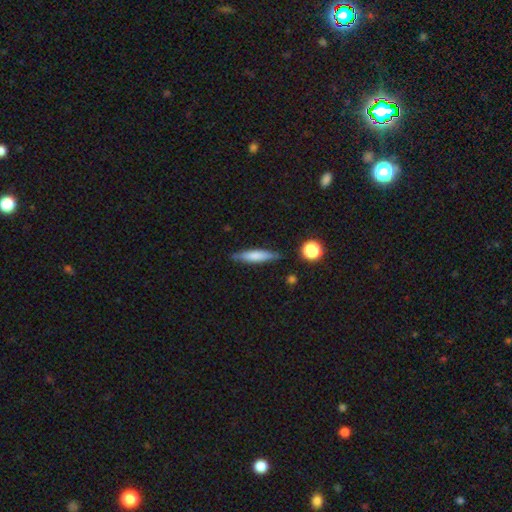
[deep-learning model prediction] A smooth galaxy with no disk features (69%) that is cigar-shaped (79%).

Vote fractions:
- Smooth or featured? smooth: 69% / featured or disk: 24% / star or artifact: 7%
- How rounded? cigar-shaped: 79% / in between: 19% / round: 2%
- Merging? none: 82% / minor disturbance: 13% / major disturbance: 3% / merger: 2%